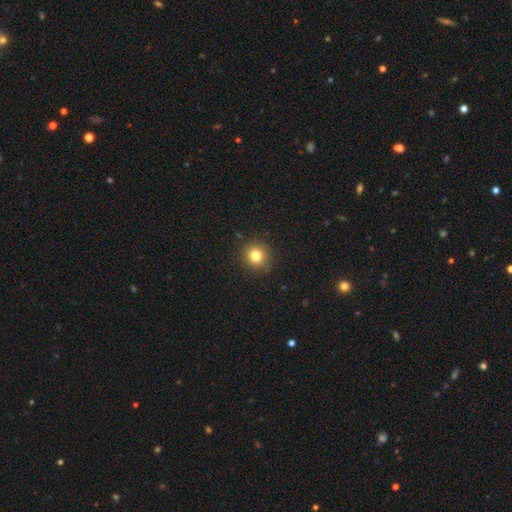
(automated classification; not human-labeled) This is likely a smooth galaxy (80%). How rounded: clearly round (93%). Merging: clearly none (89%).